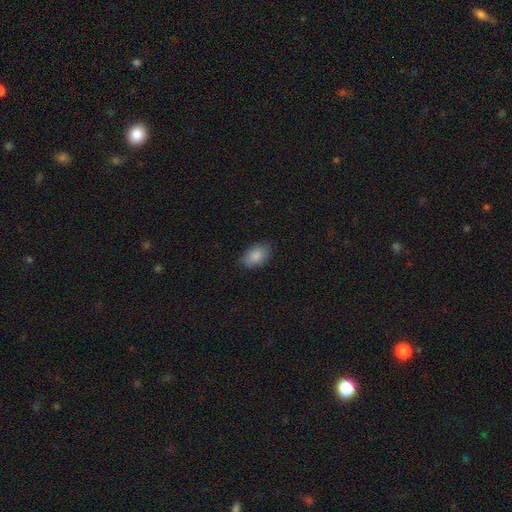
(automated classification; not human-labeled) Morphology: type=smooth (87%); roundness=in between (90%); merging=none (81%).